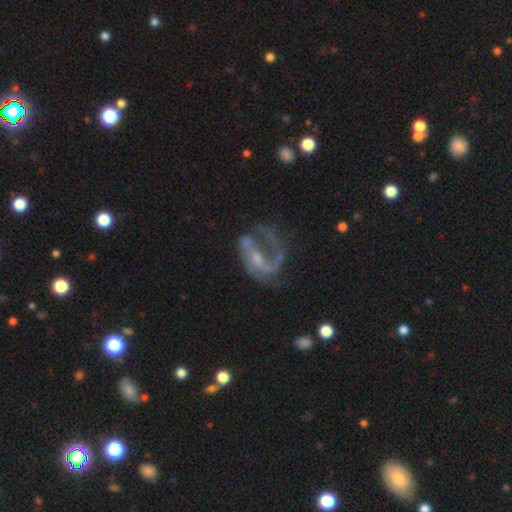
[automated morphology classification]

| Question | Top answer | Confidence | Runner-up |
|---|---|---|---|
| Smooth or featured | featured or disk | 80% | smooth (11%) |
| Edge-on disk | no | 97% | yes (3%) |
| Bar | no | 46% | weak (39%) |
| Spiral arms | yes | 82% | no (18%) |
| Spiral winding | loose | 47% | medium (38%) |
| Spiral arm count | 1 | 51% | 2 (33%) |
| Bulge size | small | 60% | moderate (22%) |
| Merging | major disturbance | 42% | none (36%) |